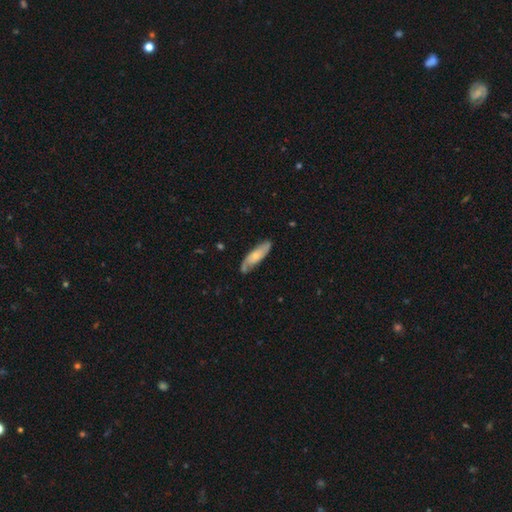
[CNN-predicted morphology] smooth 51%, featured or disk 43%, star or artifact 6%. Down the decision tree: how rounded — cigar-shaped (52%); merging — none (72%).